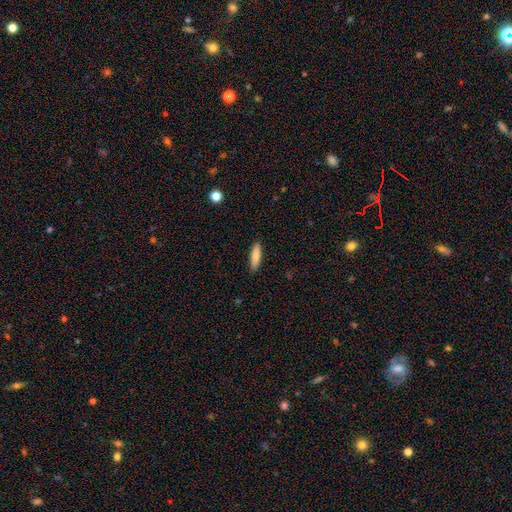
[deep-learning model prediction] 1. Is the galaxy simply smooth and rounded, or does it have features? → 82% smooth, 12% featured or disk, 6% star or artifact.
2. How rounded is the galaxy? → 63% cigar-shaped, 35% in between, 2% round.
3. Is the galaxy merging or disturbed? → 89% none, 8% minor disturbance, 2% major disturbance, 1% merger.